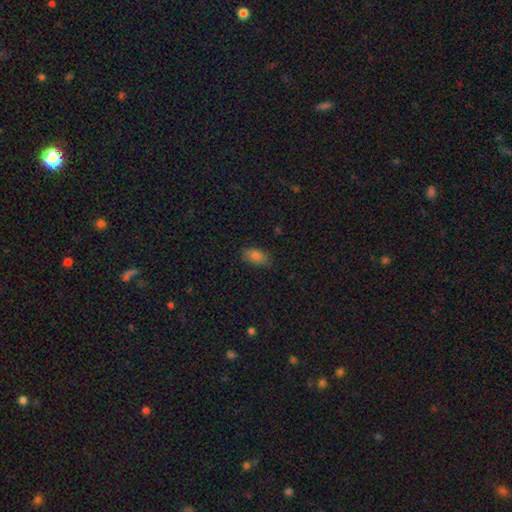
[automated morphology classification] A smooth galaxy with no disk features (81%) that is in between round and cigar-shaped (90%).

Vote fractions:
- Smooth or featured? smooth: 81% / star or artifact: 11% / featured or disk: 9%
- How rounded? in between: 90% / round: 8% / cigar-shaped: 3%
- Merging? none: 80% / minor disturbance: 16% / major disturbance: 3% / merger: 1%